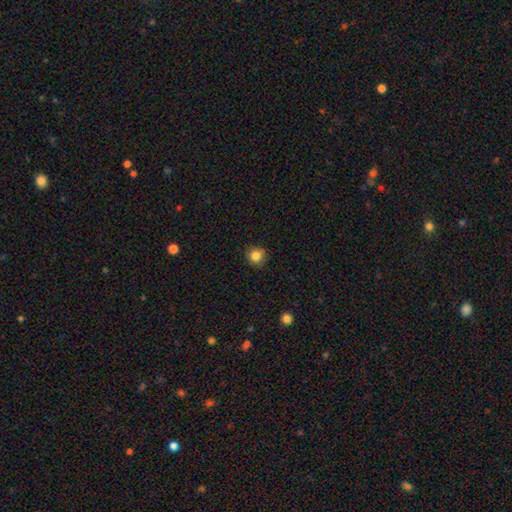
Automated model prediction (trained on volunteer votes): smooth-or-featured: smooth: 84% | star or artifact: 11% | featured or disk: 5%
  how-rounded: round: 90% | in between: 9% | cigar-shaped: 1%
  merging: none: 83% | minor disturbance: 13% | major disturbance: 3% | merger: 1%